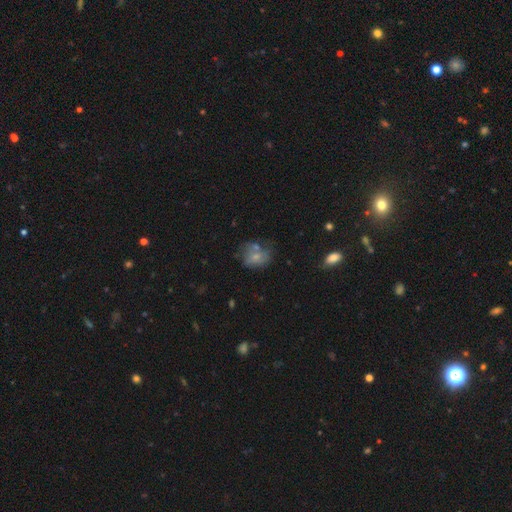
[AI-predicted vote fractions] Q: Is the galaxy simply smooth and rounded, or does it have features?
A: smooth — 60%.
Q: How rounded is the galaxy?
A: in between — 52%.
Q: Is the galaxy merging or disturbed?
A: none — 40%.